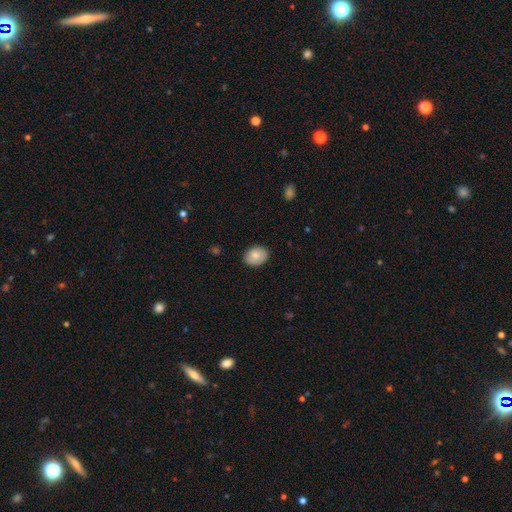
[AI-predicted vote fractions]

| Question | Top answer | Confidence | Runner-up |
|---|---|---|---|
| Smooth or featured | smooth | 79% | featured or disk (14%) |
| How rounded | in between | 66% | round (33%) |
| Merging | none | 85% | minor disturbance (12%) |